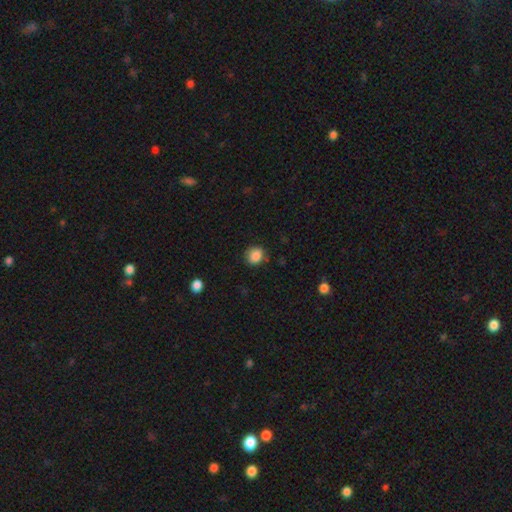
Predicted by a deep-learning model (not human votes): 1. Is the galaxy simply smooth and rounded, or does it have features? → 86% smooth, 9% star or artifact, 4% featured or disk.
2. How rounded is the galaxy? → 72% round, 27% in between, 1% cigar-shaped.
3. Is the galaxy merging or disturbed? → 81% none, 14% minor disturbance, 3% major disturbance, 2% merger.